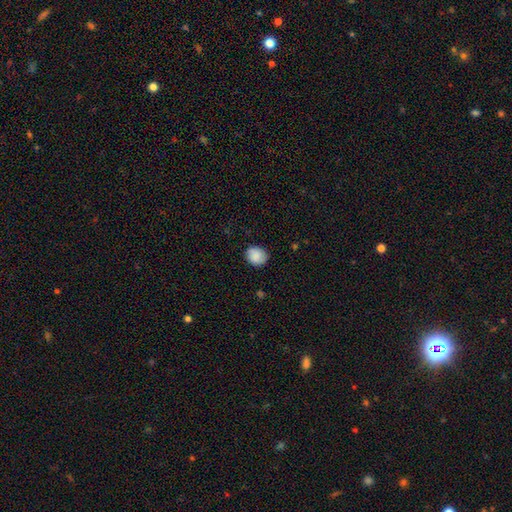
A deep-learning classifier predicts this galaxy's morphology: Smooth or featured: smooth — 85% (star or artifact — 7%)
How rounded: round — 64% (in between — 35%)
Merging: none — 82% (minor disturbance — 14%)